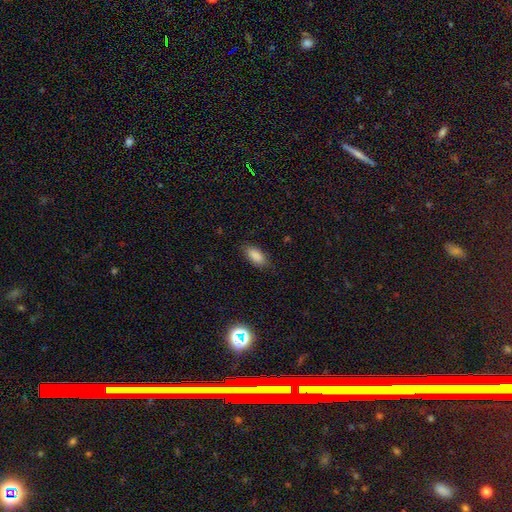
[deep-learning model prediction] A smooth galaxy with no disk features (88%) that is in between round and cigar-shaped (90%). Merging: none (84%).